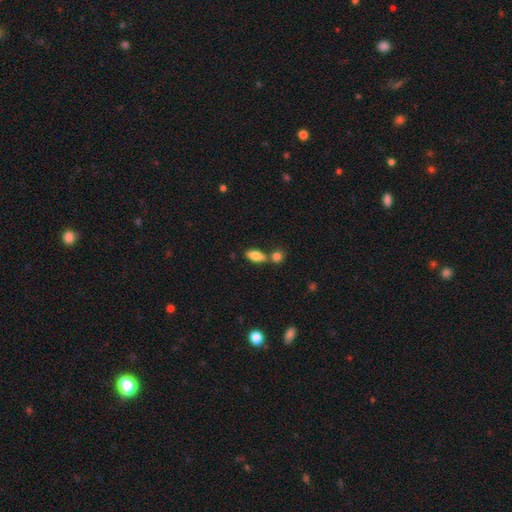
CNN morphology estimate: Smooth or featured? Predicted: smooth (p=0.80). How rounded? Predicted: in between (p=0.84). Merging? Predicted: none (p=0.54).